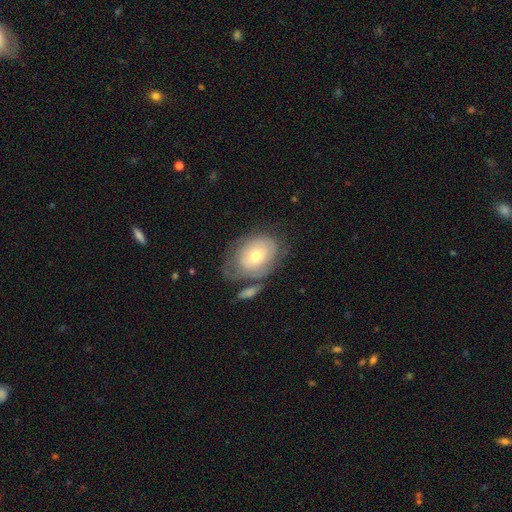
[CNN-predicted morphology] A smooth galaxy with no disk features (47%).

Vote fractions:
- Smooth or featured? smooth: 47% / featured or disk: 46% / star or artifact: 7%
- Merging? none: 49% / minor disturbance: 24% / major disturbance: 15% / merger: 12%